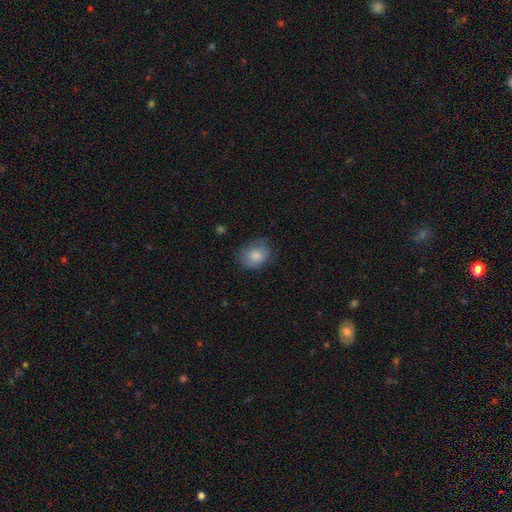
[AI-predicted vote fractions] A smooth galaxy with no disk features (82%) that is round (51%). Merging: none (65%).